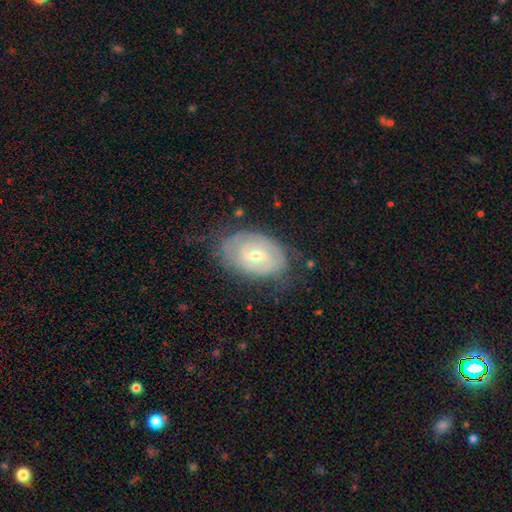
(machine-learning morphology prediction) smooth-or-featured: featured or disk: 72% | smooth: 22% | star or artifact: 6%
  disk-edge-on: no: 95% | yes: 5%
    bar: weak: 52% | no: 34% | strong: 14%
    has-spiral-arms: yes: 80% | no: 20%
      spiral-winding: tight: 69% | medium: 23% | loose: 8%
      spiral-arm-count: can't tell: 45% | 2: 37% | 3: 7% | 1: 5% | 4: 3% | more than 4: 2%
    bulge-size: small: 51% | moderate: 46% | large: 1% | none: 1% | dominant: 1%
  merging: none: 67% | minor disturbance: 23% | major disturbance: 8% | merger: 1%